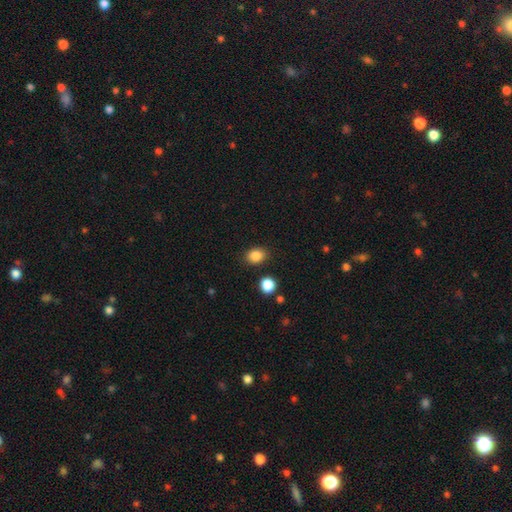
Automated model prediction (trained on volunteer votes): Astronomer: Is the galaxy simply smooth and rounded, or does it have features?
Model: smooth — 86%.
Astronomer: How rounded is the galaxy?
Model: in between — 54% (runner-up: round, 45%).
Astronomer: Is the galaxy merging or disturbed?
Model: none — 85%.